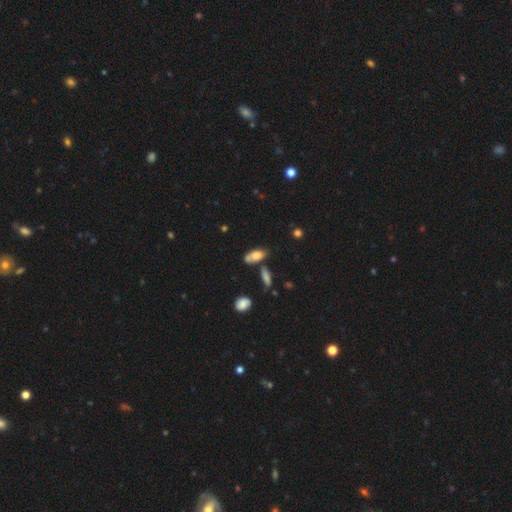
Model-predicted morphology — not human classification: Smooth or featured: smooth — 73% (featured or disk — 18%)
How rounded: in between — 85% (cigar-shaped — 10%)
Merging: none — 43% (merger — 28%)